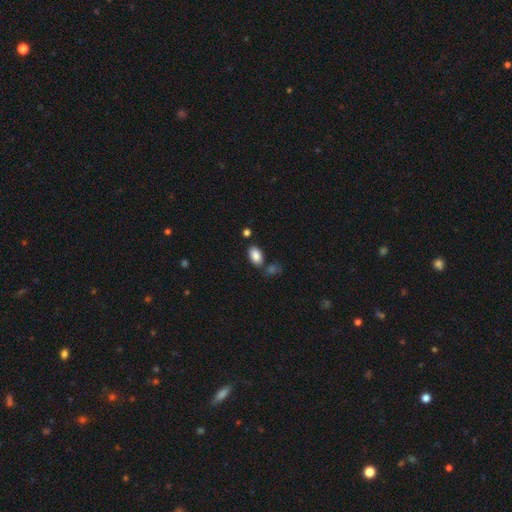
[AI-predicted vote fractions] smooth-or-featured: smooth: 87% | star or artifact: 8% | featured or disk: 6%
  how-rounded: in between: 92% | round: 6% | cigar-shaped: 2%
  merging: none: 74% | minor disturbance: 12% | merger: 10% | major disturbance: 3%